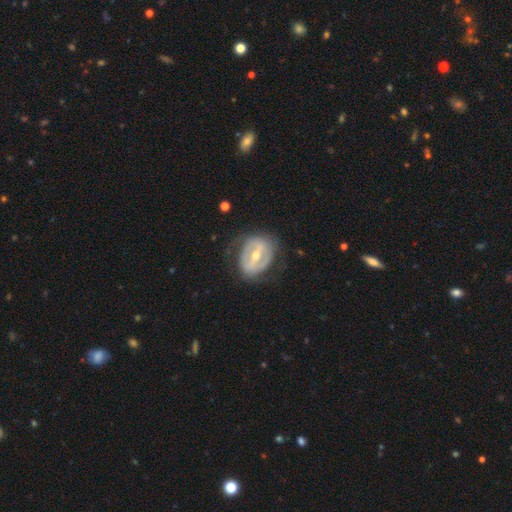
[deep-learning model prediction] Smooth or featured? featured or disk (76%)
Edge-on disk? no (94%)
Bar? strong (61%)
Spiral arms? no (55%)
Bulge size? moderate (61%)
Merging? none (67%)